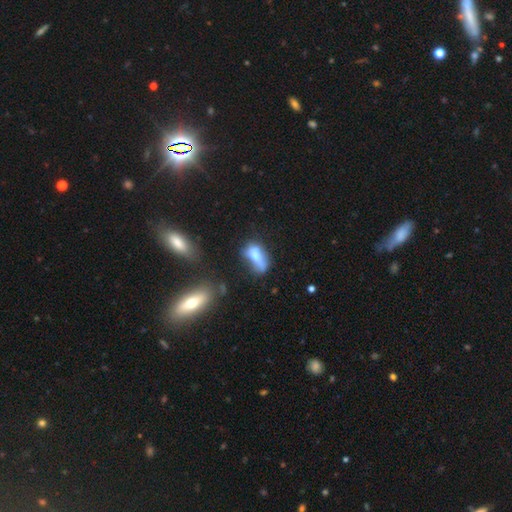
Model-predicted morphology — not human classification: This is possibly a smooth galaxy (53%). How rounded: likely in between (76%). Merging: marginally none (36%).